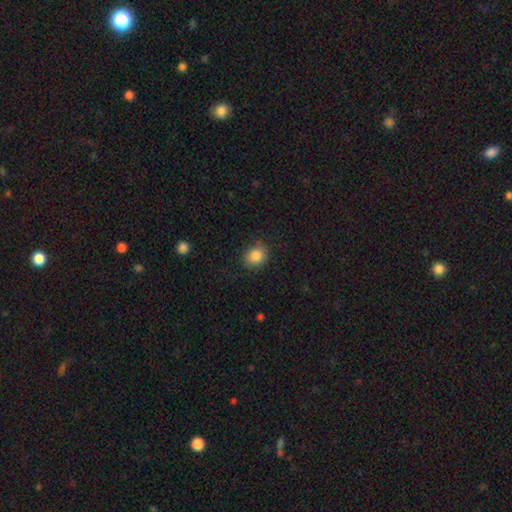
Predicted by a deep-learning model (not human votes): Q: Smooth or featured?
A: smooth (86%); runner-up: star or artifact (9%)
Q: How rounded?
A: round (57%); runner-up: in between (42%)
Q: Merging?
A: none (83%); runner-up: minor disturbance (13%)